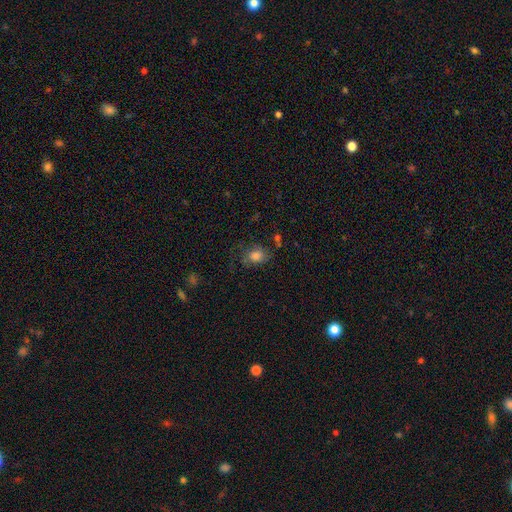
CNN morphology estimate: A smooth galaxy with no disk features (61%) that is in between round and cigar-shaped (58%). Merging: none (56%).